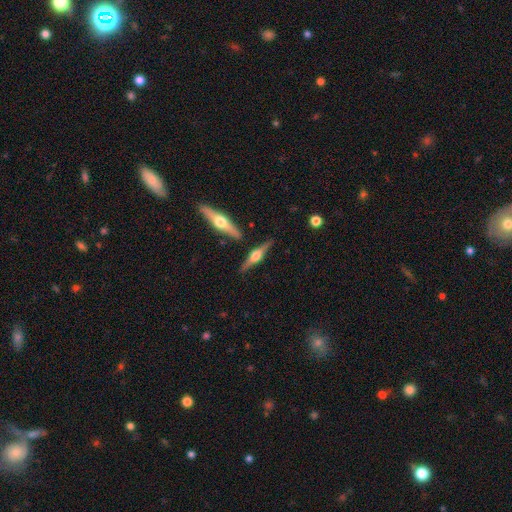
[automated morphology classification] Smooth or featured? Predicted: featured or disk (p=0.79). Edge-on disk? Predicted: yes (p=0.97). Edge-on bulge? Predicted: rounded (p=0.94). Merging? Predicted: none (p=0.82).